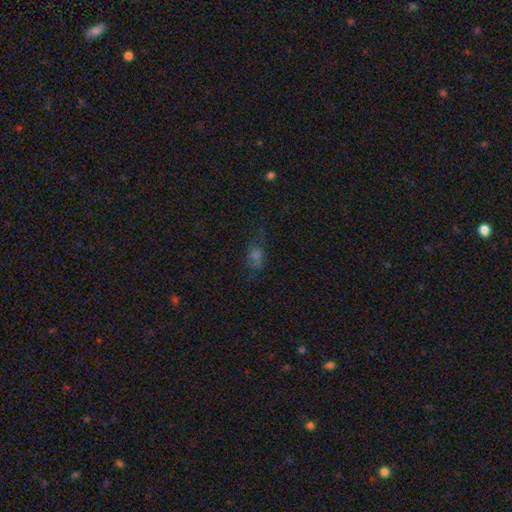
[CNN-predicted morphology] Smooth or featured: smooth — 47% (star or artifact — 31%)
Merging: none — 64% (minor disturbance — 21%)